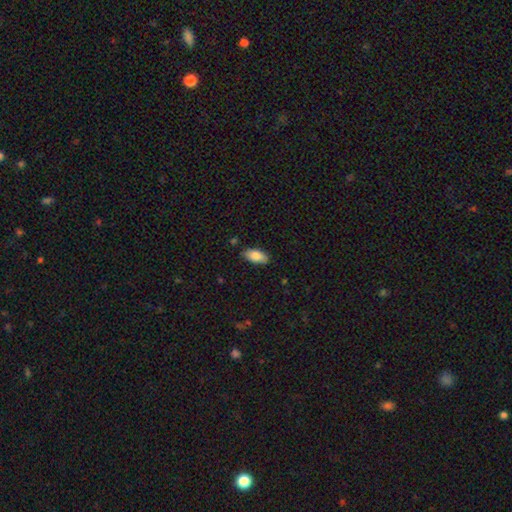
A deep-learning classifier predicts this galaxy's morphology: smooth-or-featured: smooth: 85% | featured or disk: 9% | star or artifact: 7%
  how-rounded: in between: 91% | cigar-shaped: 7% | round: 2%
  merging: none: 84% | minor disturbance: 12% | major disturbance: 2% | merger: 1%